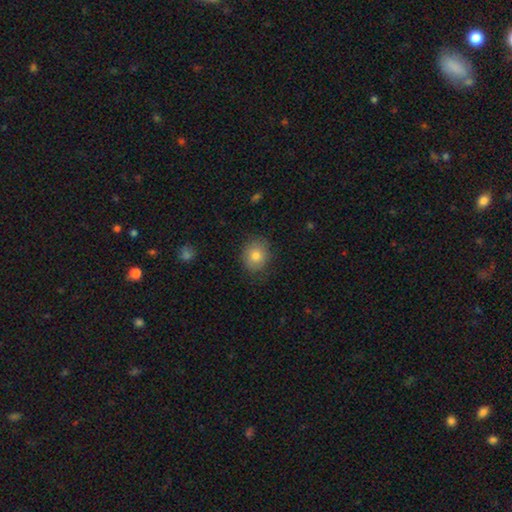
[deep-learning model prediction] Smooth or featured: smooth — 77% (featured or disk — 14%)
How rounded: round — 68% (in between — 32%)
Merging: none — 78% (minor disturbance — 16%)